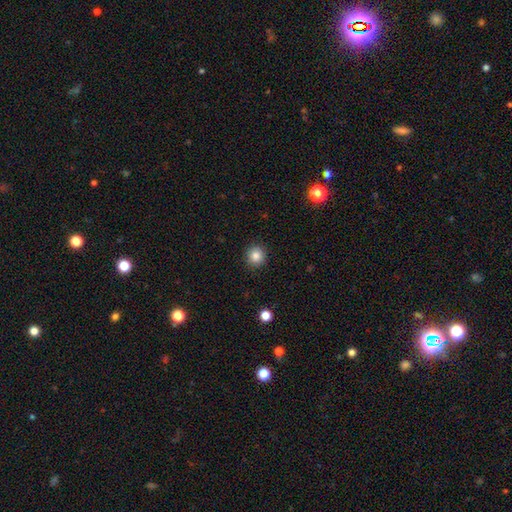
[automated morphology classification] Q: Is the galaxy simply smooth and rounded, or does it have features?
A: smooth — 84%.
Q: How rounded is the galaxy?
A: round — 91%.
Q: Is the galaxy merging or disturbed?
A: none — 91%.